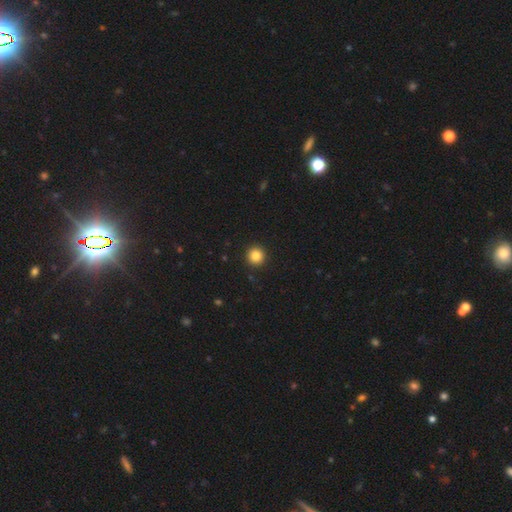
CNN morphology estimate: A smooth galaxy with no disk features (86%) that is round (95%).

Vote fractions:
- Smooth or featured? smooth: 86% / star or artifact: 11% / featured or disk: 4%
- How rounded? round: 95% / in between: 4% / cigar-shaped: 1%
- Merging? none: 93% / minor disturbance: 4% / major disturbance: 1% / merger: 1%